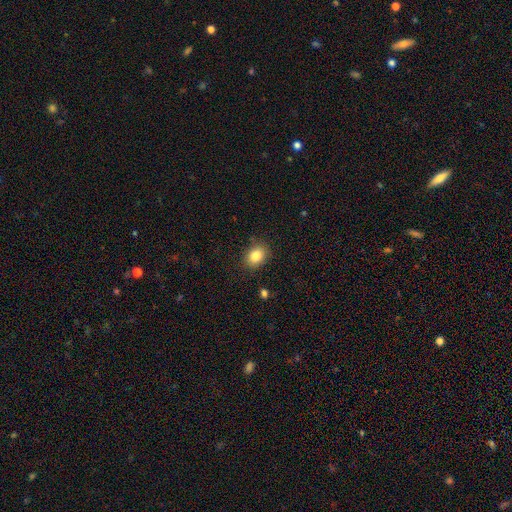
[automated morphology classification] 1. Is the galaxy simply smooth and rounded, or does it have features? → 85% smooth, 9% star or artifact, 6% featured or disk.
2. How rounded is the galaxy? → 61% in between, 38% round, 1% cigar-shaped.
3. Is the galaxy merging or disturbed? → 84% none, 11% minor disturbance, 3% major disturbance, 1% merger.